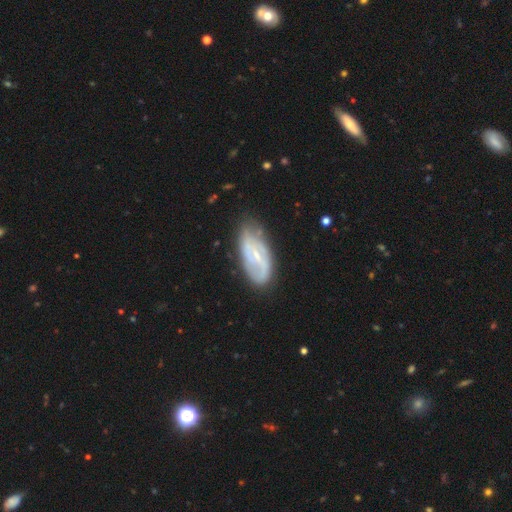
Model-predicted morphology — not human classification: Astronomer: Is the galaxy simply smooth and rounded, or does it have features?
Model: featured or disk — 70%.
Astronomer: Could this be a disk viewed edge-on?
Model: no — 92%.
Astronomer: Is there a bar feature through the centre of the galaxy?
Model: weak — 49% (runner-up: no, 28%).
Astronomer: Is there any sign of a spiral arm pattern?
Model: yes — 77%.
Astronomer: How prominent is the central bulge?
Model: small — 69%.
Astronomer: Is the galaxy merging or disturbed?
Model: none — 65%.